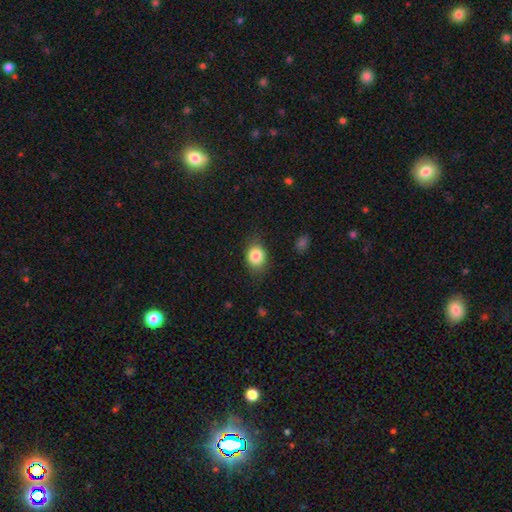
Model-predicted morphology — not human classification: A smooth galaxy with no disk features (84%) that is in between round and cigar-shaped (55%).

Vote fractions:
- Smooth or featured? smooth: 84% / star or artifact: 9% / featured or disk: 7%
- How rounded? in between: 55% / round: 44% / cigar-shaped: 1%
- Merging? none: 78% / minor disturbance: 16% / major disturbance: 4% / merger: 1%